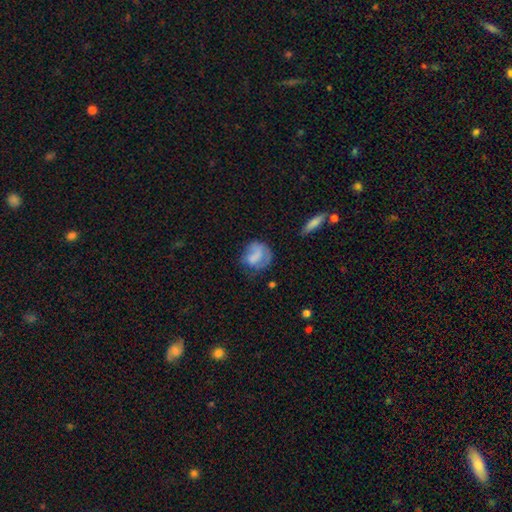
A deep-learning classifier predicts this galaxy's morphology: A smooth galaxy with no disk features (58%) that is round (64%).

Vote fractions:
- Smooth or featured? smooth: 58% / featured or disk: 33% / star or artifact: 9%
- How rounded? round: 64% / in between: 34% / cigar-shaped: 2%
- Merging? none: 43% / minor disturbance: 28% / major disturbance: 26% / merger: 3%